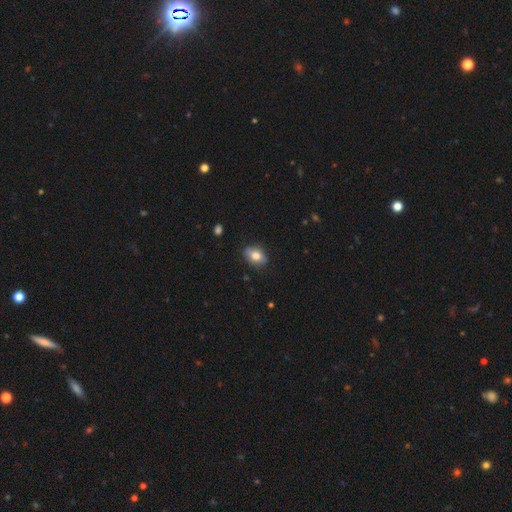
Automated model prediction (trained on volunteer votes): smooth-or-featured: smooth: 77% | featured or disk: 15% | star or artifact: 8%
  how-rounded: in between: 81% | round: 17% | cigar-shaped: 2%
  merging: none: 84% | minor disturbance: 13% | major disturbance: 2% | merger: 1%